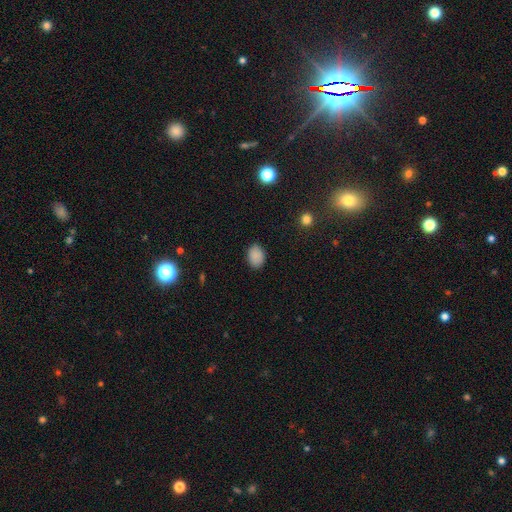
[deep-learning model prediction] Smooth or featured? smooth (88%)
How rounded? in between (79%)
Merging? none (86%)